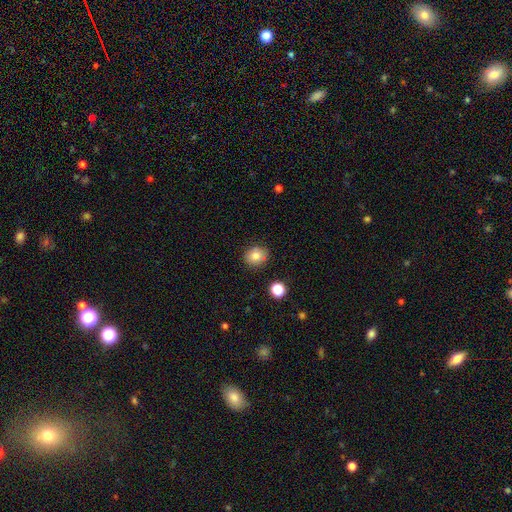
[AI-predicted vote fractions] smooth-or-featured: smooth: 81% | star or artifact: 11% | featured or disk: 8%
  how-rounded: round: 79% | in between: 20% | cigar-shaped: 1%
  merging: none: 85% | minor disturbance: 10% | merger: 3% | major disturbance: 2%